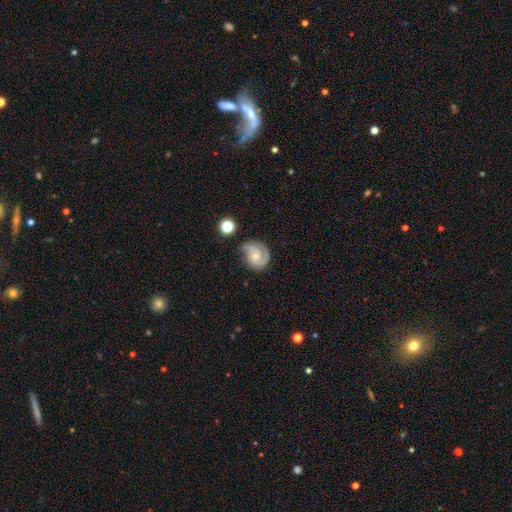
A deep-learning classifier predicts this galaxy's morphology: The model was most divided on "spiral winding": tight: 48%, medium: 40%, loose: 12%. More confident: edge-on disk — no (98%); spiral arms — yes (95%); smooth or featured — featured or disk (78%); bar — no (67%); spiral arm count — 2 (61%); merging — none (61%); bulge size — small (56%).